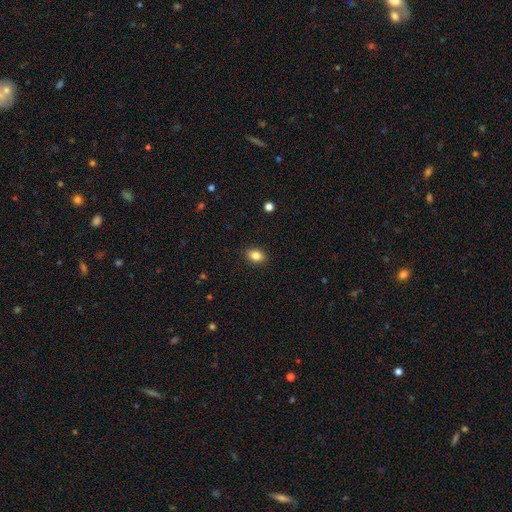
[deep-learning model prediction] Q: Smooth or featured?
A: smooth (85%); runner-up: star or artifact (9%)
Q: How rounded?
A: in between (74%); runner-up: round (25%)
Q: Merging?
A: none (89%); runner-up: minor disturbance (8%)